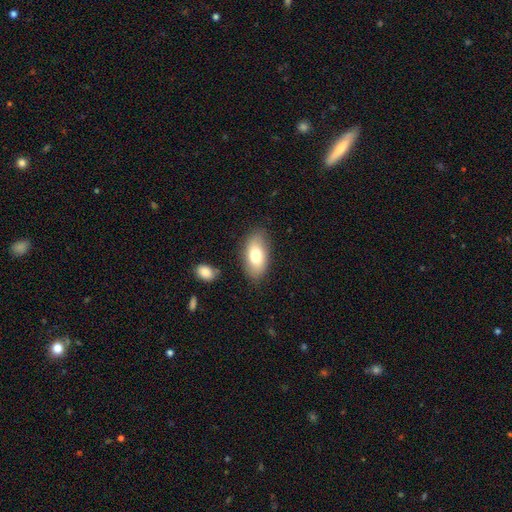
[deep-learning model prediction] Morphology: type=smooth (75%); roundness=in between (92%); merging=none (82%).